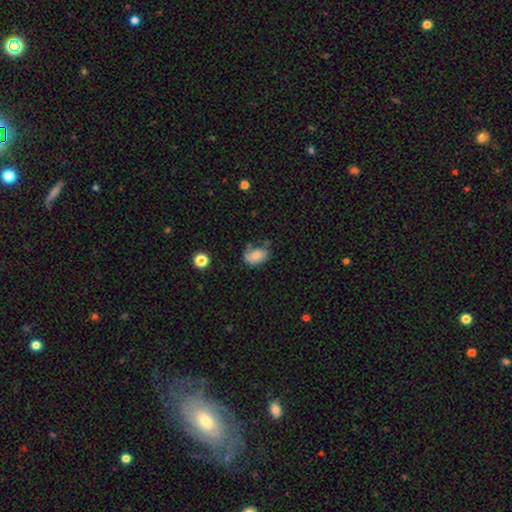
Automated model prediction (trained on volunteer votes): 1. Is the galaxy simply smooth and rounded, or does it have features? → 62% smooth, 28% featured or disk, 10% star or artifact.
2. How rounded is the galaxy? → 82% in between, 17% round, 1% cigar-shaped.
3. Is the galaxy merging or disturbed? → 46% none, 31% minor disturbance, 18% major disturbance, 5% merger.